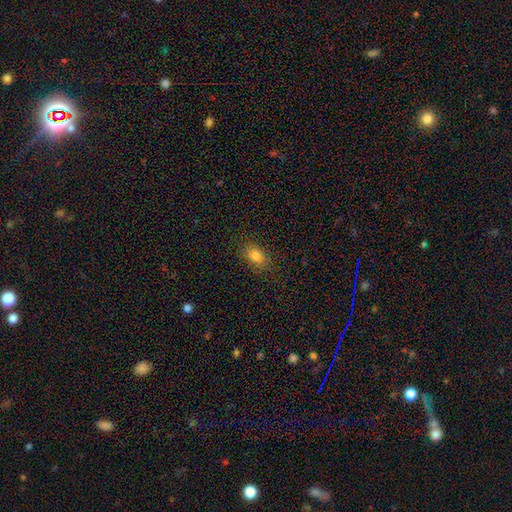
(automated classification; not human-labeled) Q: Smooth or featured?
A: smooth (82%); runner-up: star or artifact (11%)
Q: How rounded?
A: in between (78%); runner-up: round (21%)
Q: Merging?
A: none (84%); runner-up: minor disturbance (12%)